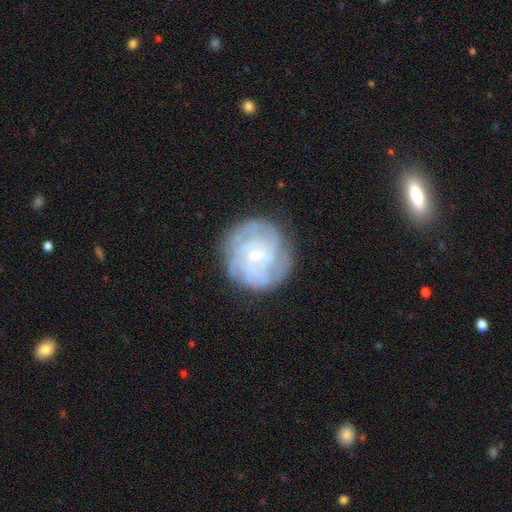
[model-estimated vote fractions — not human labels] A featured or disk galaxy (76%) with no bar (72%), tight (69%) spiral arms (90%) and a small central bulge (76%).

Vote fractions:
- Smooth or featured? featured or disk: 76% / smooth: 17% / star or artifact: 7%
- Edge-on disk? no: 98% / yes: 2%
- Bar? no: 72% / weak: 24% / strong: 5%
- Spiral arms? yes: 90% / no: 10%
- Spiral winding? tight: 69% / medium: 25% / loose: 6%
- Spiral arm count? can't tell: 42% / 3: 18% / 4: 16% / 2: 13% / more than 4: 7% / 1: 6%
- Bulge size? small: 76% / moderate: 20% / none: 2% / large: 1% / dominant: 1%
- Merging? none: 78% / minor disturbance: 15% / major disturbance: 6% / merger: 1%